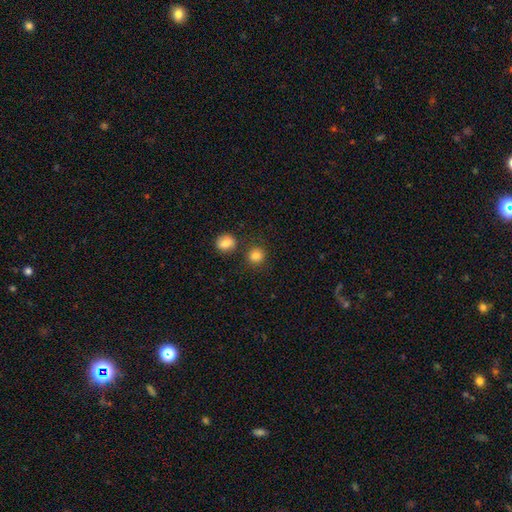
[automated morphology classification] Smooth or featured: smooth — 83% (star or artifact — 12%)
How rounded: round — 88% (in between — 11%)
Merging: none — 78% (merger — 11%)